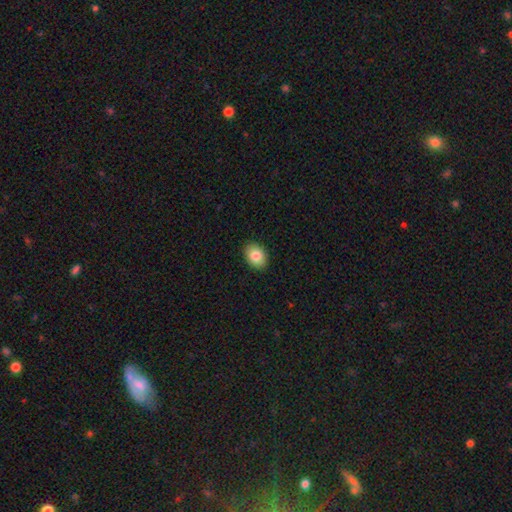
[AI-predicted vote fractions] The model was most divided on "how rounded": in between: 75%, round: 24%, cigar-shaped: 1%. More confident: merging — none (90%); smooth or featured — smooth (83%).